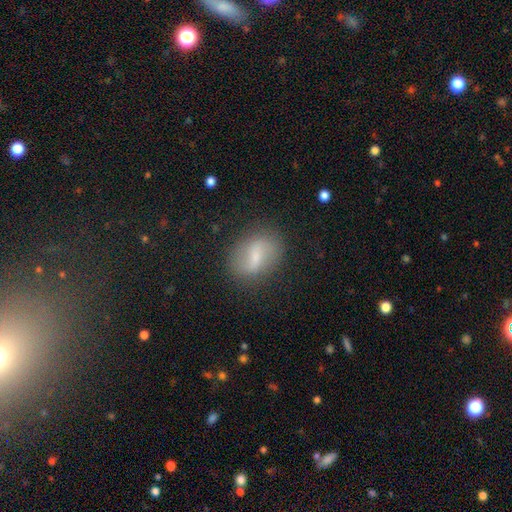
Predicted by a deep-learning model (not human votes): A featured or disk galaxy (47%).

Vote fractions:
- Smooth or featured? featured or disk: 47% / smooth: 44% / star or artifact: 9%
- Merging? none: 80% / minor disturbance: 14% / major disturbance: 5% / merger: 2%